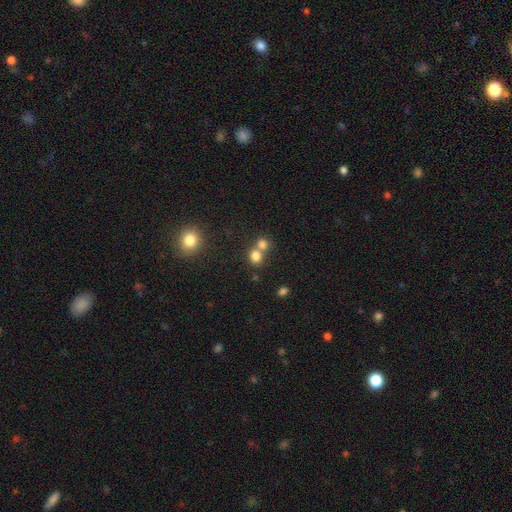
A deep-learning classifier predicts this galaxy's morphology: Smooth or featured?
  - smooth: 79% *
  - star or artifact: 13%
  - featured or disk: 8%
How rounded?
  - round: 76% *
  - in between: 23%
  - cigar-shaped: 1%
Merging?
  - merger: 47% *
  - none: 44%
  - minor disturbance: 6%
  - major disturbance: 3%